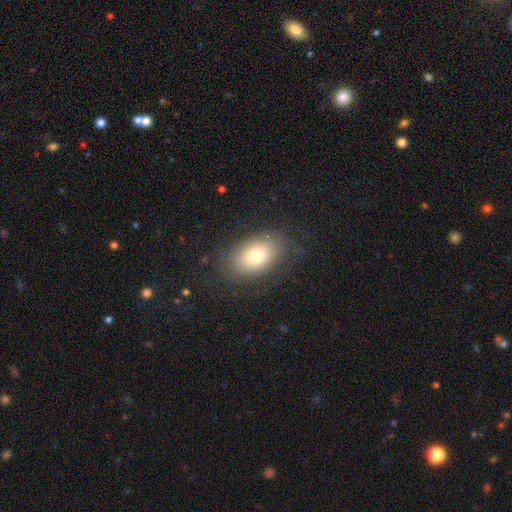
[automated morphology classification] Smooth or featured? Predicted: smooth (p=0.65). How rounded? Predicted: in between (p=0.88). Merging? Predicted: none (p=0.75).